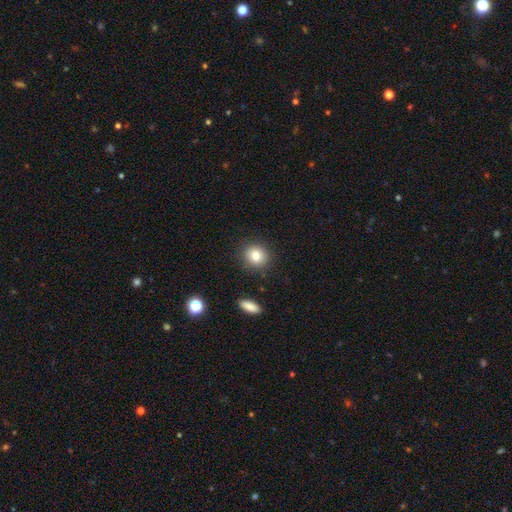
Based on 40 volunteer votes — Q: Smooth or featured?
A: smooth (75%); runner-up: featured or disk (18%)
Q: How rounded?
A: round (77%); runner-up: in between (23%)
Q: Merging?
A: none (100%)